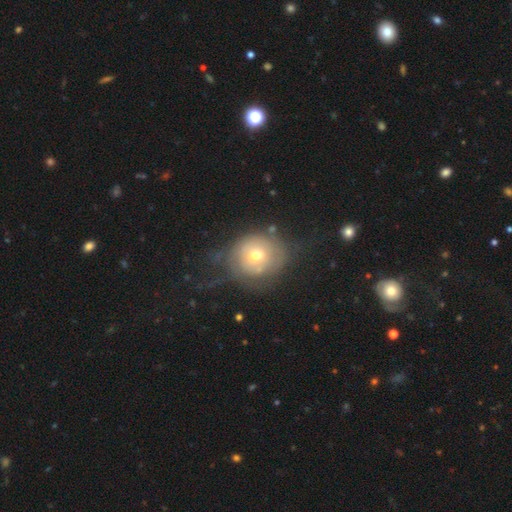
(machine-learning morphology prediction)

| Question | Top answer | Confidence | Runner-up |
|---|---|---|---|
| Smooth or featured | smooth | 55% | featured or disk (35%) |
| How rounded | round | 76% | in between (23%) |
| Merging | none | 47% | major disturbance (25%) |